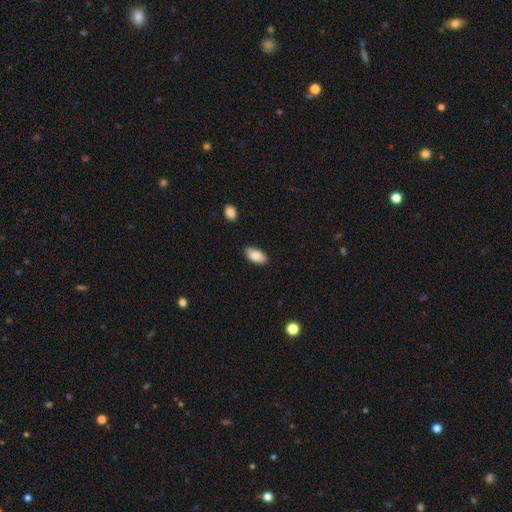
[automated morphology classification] type=smooth (84%); roundness=in between (94%); merging=none (86%).